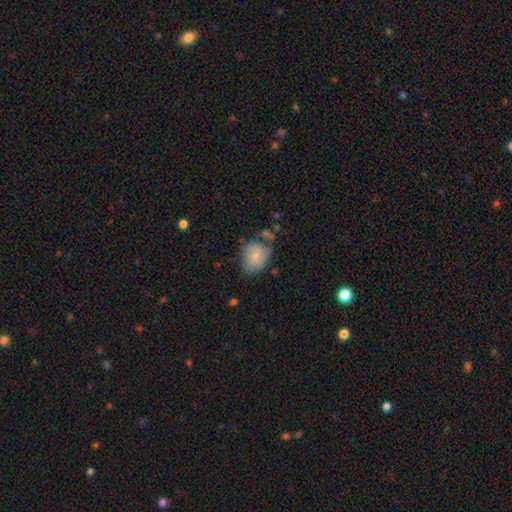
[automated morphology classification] The model was most divided on "how rounded": in between: 56%, round: 43%, cigar-shaped: 1%. Remaining: smooth or featured — smooth (67%); merging — none (49%).